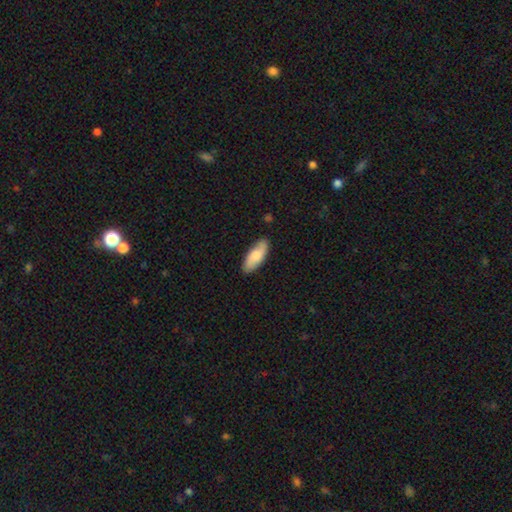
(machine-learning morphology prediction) smooth_or_featured: smooth (p=0.72) [alt: featured or disk p=0.22]
how_rounded: in between (p=0.76) [alt: cigar-shaped p=0.22]
merging: none (p=0.84) [alt: minor disturbance p=0.13]